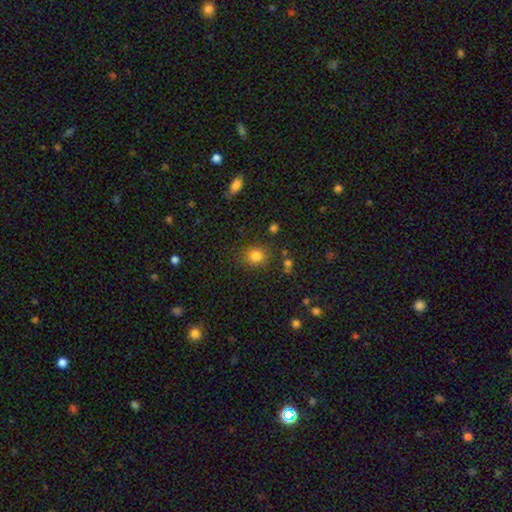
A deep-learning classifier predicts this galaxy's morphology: This is clearly a smooth galaxy (82%). How rounded: likely round (68%). Merging: likely none (78%).